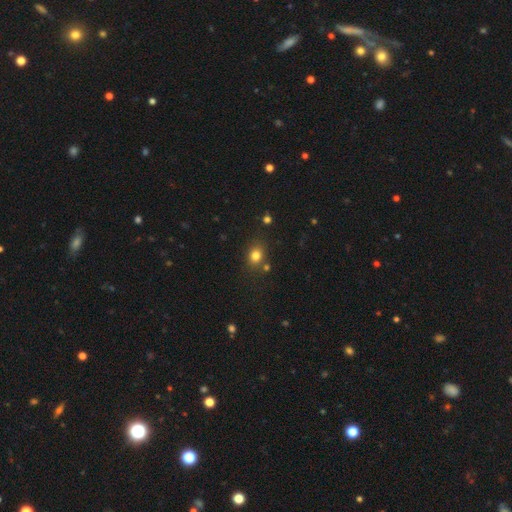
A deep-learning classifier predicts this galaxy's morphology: Smooth or featured?
  - smooth: 80% *
  - star or artifact: 13%
  - featured or disk: 7%
How rounded?
  - round: 55% *
  - in between: 44%
  - cigar-shaped: 1%
Merging?
  - none: 77% *
  - minor disturbance: 12%
  - merger: 8%
  - major disturbance: 4%